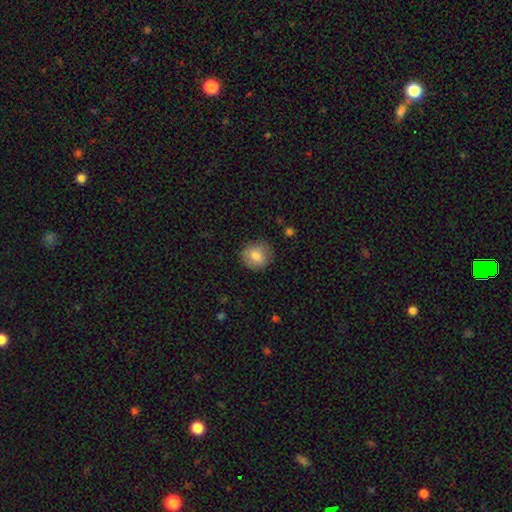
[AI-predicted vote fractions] Q: Smooth or featured?
A: smooth (81%); runner-up: featured or disk (11%)
Q: How rounded?
A: round (86%); runner-up: in between (13%)
Q: Merging?
A: none (84%); runner-up: minor disturbance (11%)